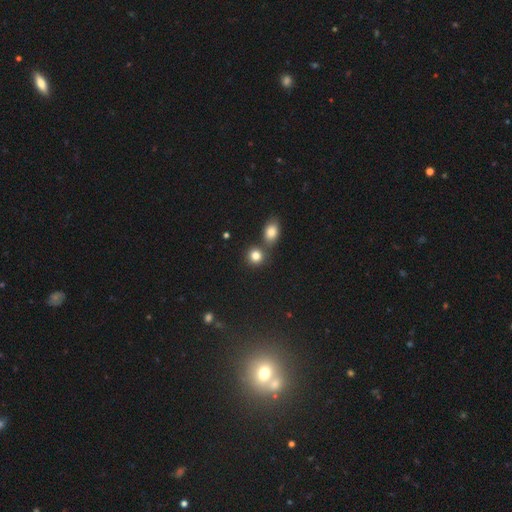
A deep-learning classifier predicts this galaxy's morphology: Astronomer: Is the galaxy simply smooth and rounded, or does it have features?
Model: smooth — 82%.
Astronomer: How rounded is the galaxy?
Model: round — 81%.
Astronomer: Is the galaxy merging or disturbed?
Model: none — 62%.